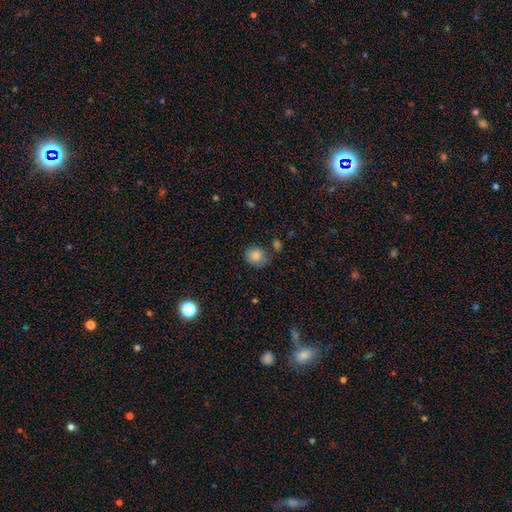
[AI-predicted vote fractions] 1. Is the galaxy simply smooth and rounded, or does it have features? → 83% smooth, 9% star or artifact, 8% featured or disk.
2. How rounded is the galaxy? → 76% round, 24% in between, 1% cigar-shaped.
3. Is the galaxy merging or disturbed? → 65% none, 22% minor disturbance, 7% merger, 6% major disturbance.